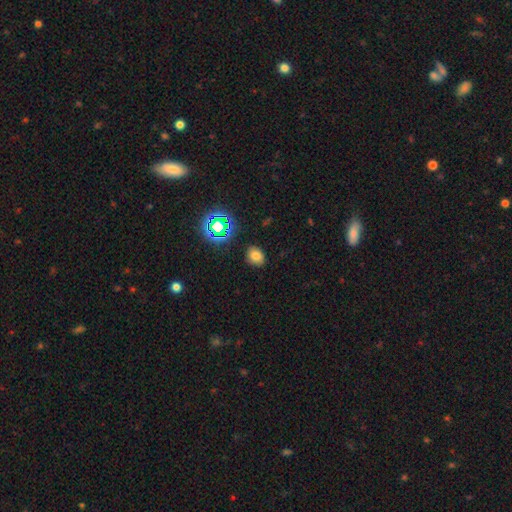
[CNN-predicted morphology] Smooth or featured? smooth (71%)
How rounded? round (52%)
Merging? none (85%)